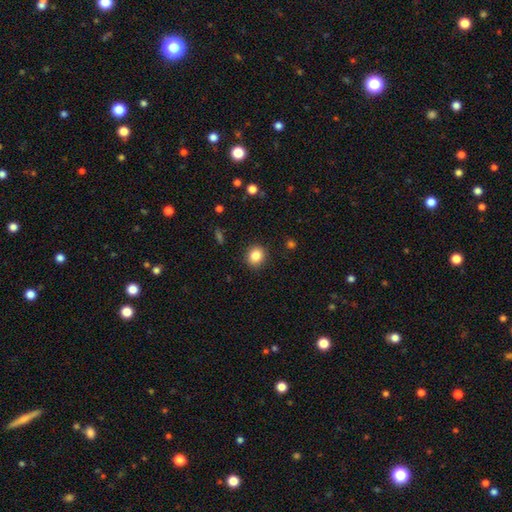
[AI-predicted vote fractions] smooth-or-featured: smooth: 85% | star or artifact: 10% | featured or disk: 5%
  how-rounded: round: 76% | in between: 23% | cigar-shaped: 1%
  merging: none: 90% | minor disturbance: 6% | major disturbance: 2% | merger: 1%